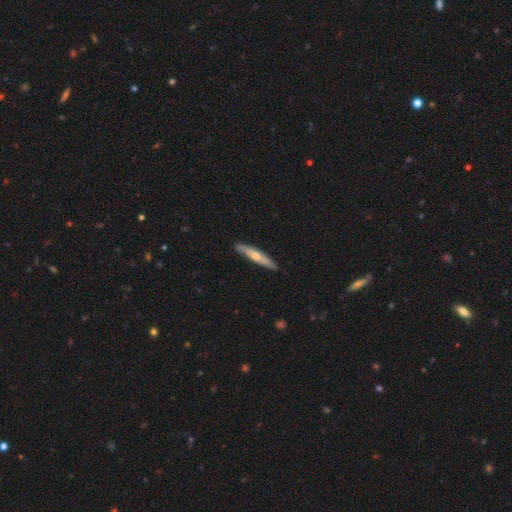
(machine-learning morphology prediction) A featured or disk galaxy (52%) viewed edge-on (84%).

Vote fractions:
- Smooth or featured? featured or disk: 52% / smooth: 43% / star or artifact: 5%
- Edge-on disk? yes: 84% / no: 16%
- Merging? none: 86% / minor disturbance: 11% / major disturbance: 2% / merger: 1%